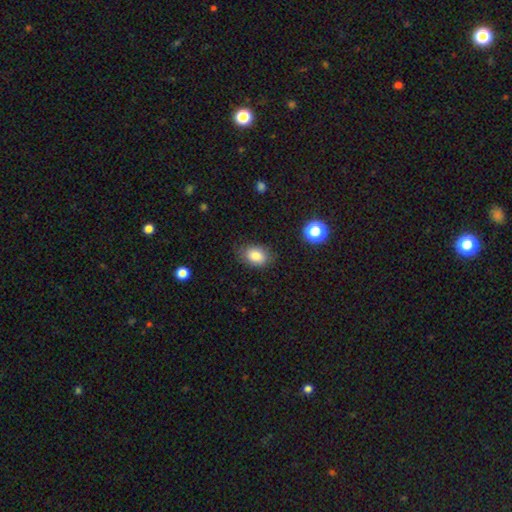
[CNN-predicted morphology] smooth_or_featured: smooth (p=0.83) [alt: star or artifact p=0.09]
how_rounded: in between (p=0.77) [alt: round p=0.22]
merging: none (p=0.80) [alt: minor disturbance p=0.15]